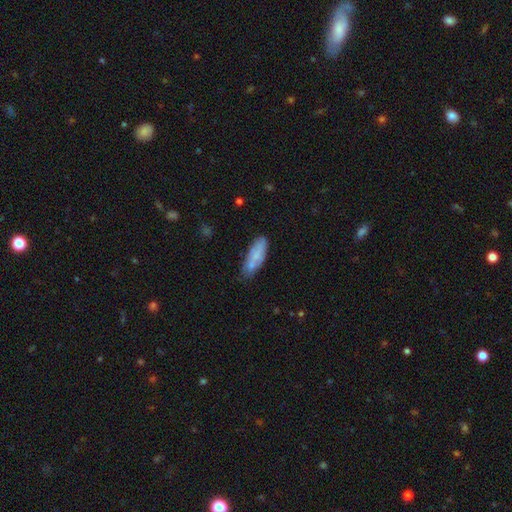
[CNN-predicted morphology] Q: Smooth or featured?
A: smooth (70%); runner-up: featured or disk (23%)
Q: How rounded?
A: in between (58%); runner-up: cigar-shaped (40%)
Q: Merging?
A: none (61%); runner-up: minor disturbance (23%)